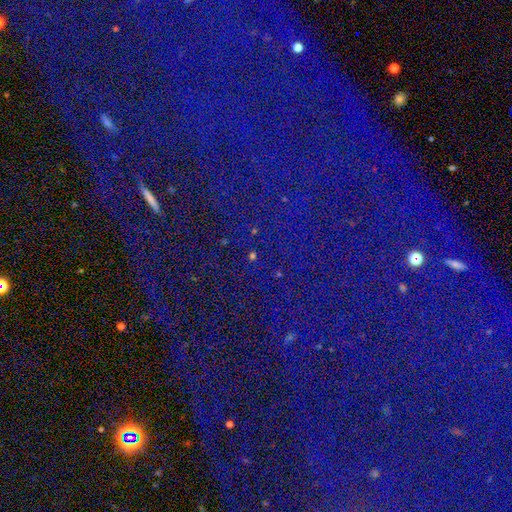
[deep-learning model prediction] smooth-or-featured: star or artifact: 84% | smooth: 9% | featured or disk: 7%